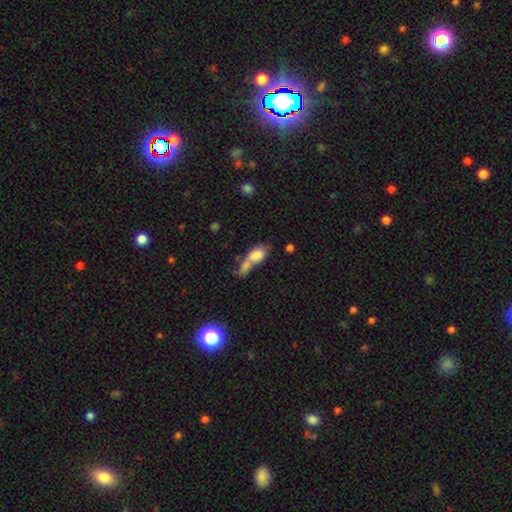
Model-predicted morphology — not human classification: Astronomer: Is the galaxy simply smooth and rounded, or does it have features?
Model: smooth — 76%.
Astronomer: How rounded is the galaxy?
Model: in between — 79%.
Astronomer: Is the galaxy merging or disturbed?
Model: merger — 66%.